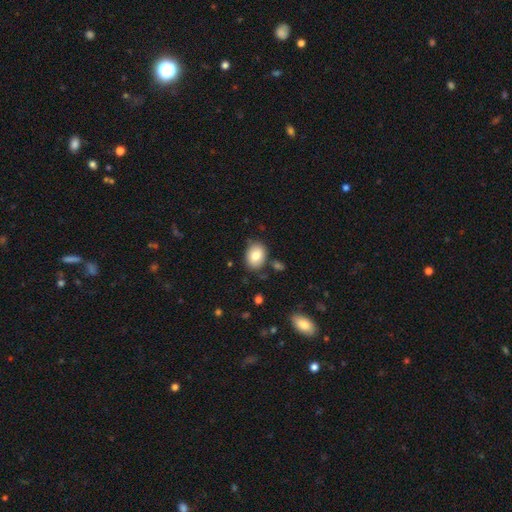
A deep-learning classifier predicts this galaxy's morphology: smooth 80%, featured or disk 12%, star or artifact 8%. Down the decision tree: how rounded — in between (69%); merging — none (79%).